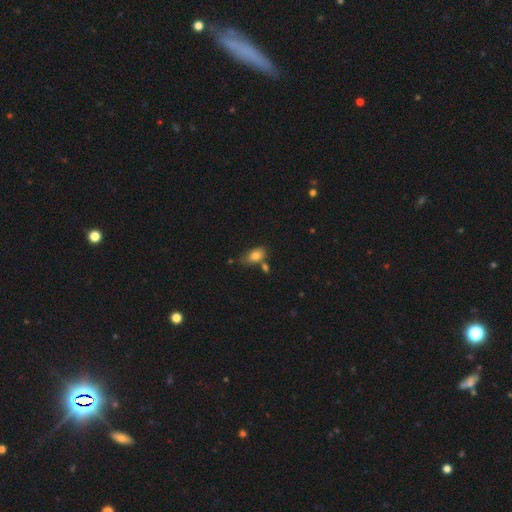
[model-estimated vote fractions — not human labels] Q: Smooth or featured?
A: smooth (81%); runner-up: featured or disk (11%)
Q: How rounded?
A: in between (87%); runner-up: round (10%)
Q: Merging?
A: none (54%); runner-up: minor disturbance (23%)